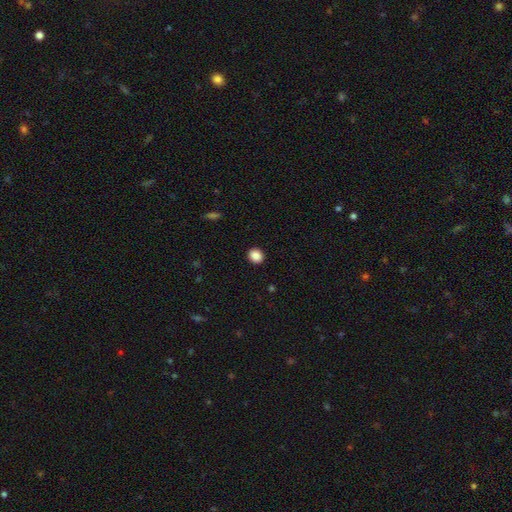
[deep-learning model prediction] smooth_or_featured: smooth (p=0.88) [alt: star or artifact p=0.09]
how_rounded: round (p=0.75) [alt: in between p=0.24]
merging: none (p=0.92) [alt: minor disturbance p=0.05]